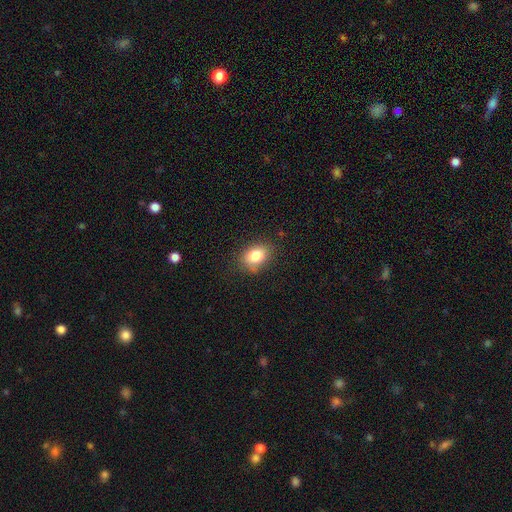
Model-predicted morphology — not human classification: Q: Smooth or featured?
A: smooth (82%); runner-up: star or artifact (9%)
Q: How rounded?
A: in between (76%); runner-up: round (23%)
Q: Merging?
A: none (78%); runner-up: minor disturbance (16%)